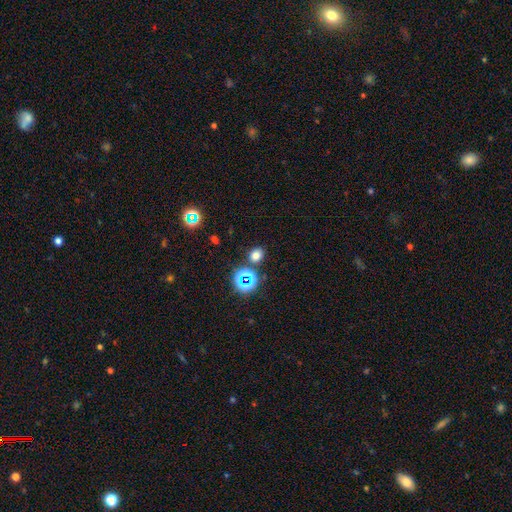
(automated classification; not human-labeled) Morphology: type=smooth (69%); roundness=round (69%); merging=none (82%).